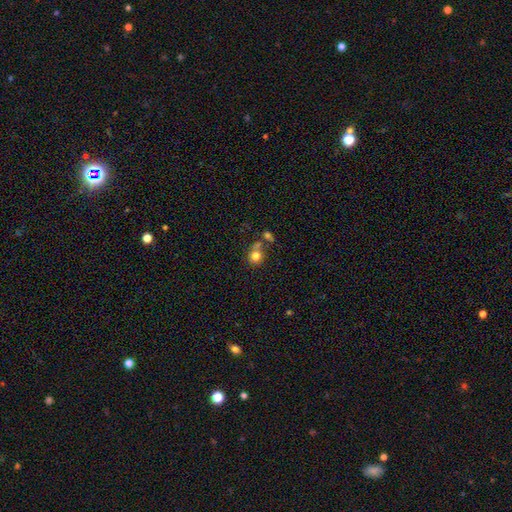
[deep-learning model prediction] This is likely a smooth galaxy (79%). How rounded: clearly round (83%). Merging: possibly none (55%).